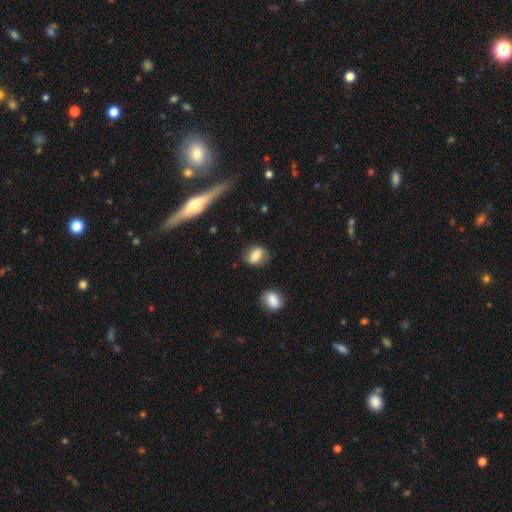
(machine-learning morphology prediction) Smooth or featured: smooth — 74% (featured or disk — 18%)
How rounded: in between — 64% (round — 34%)
Merging: none — 74% (minor disturbance — 18%)